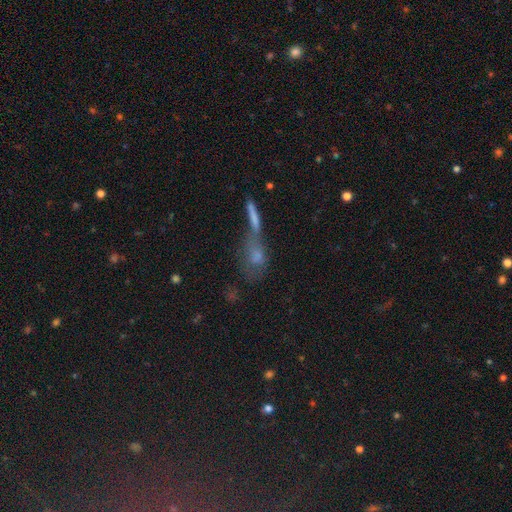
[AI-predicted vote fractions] Q: Smooth or featured?
A: smooth (64%); runner-up: featured or disk (24%)
Q: How rounded?
A: in between (62%); runner-up: cigar-shaped (24%)
Q: Merging?
A: merger (52%); runner-up: none (25%)